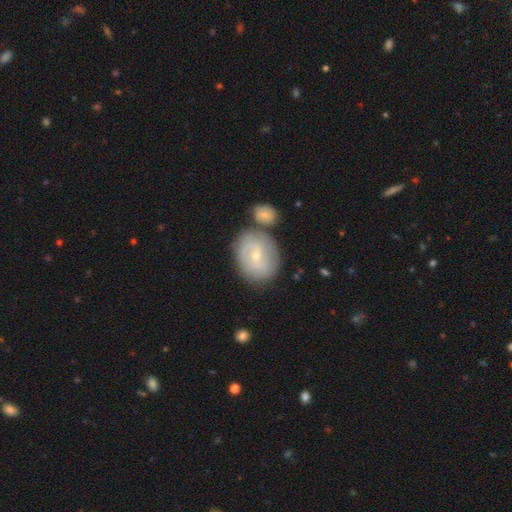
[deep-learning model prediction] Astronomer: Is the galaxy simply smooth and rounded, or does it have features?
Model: featured or disk — 55% (runner-up: smooth, 37%).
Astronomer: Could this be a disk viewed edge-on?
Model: no — 95%.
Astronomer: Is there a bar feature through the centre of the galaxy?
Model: no — 49% (runner-up: weak, 40%).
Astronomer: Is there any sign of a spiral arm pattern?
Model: yes — 66%.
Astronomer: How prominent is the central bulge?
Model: small — 67%.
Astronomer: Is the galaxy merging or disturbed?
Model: none — 62%.